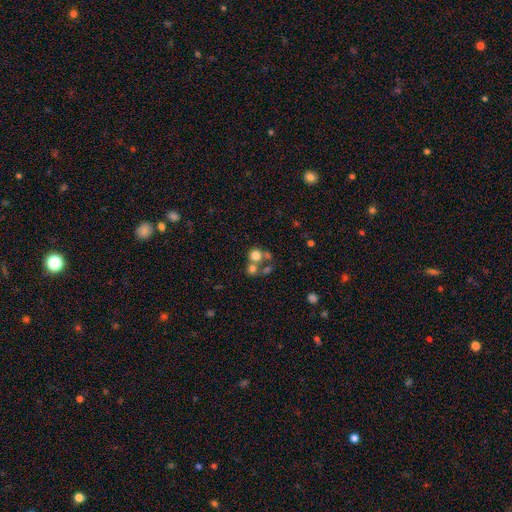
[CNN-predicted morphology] A smooth galaxy with no disk features (72%) that is round (87%). Merging: none (46%).